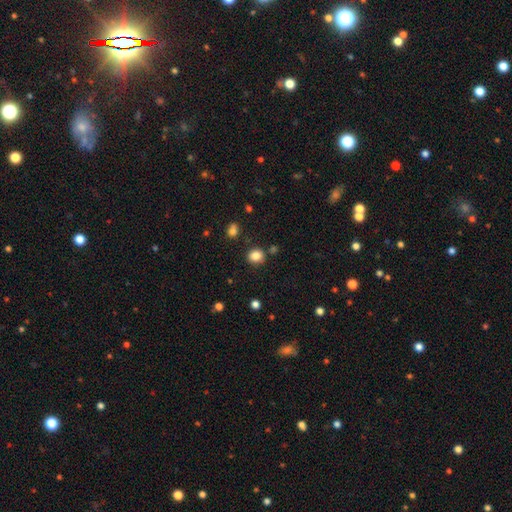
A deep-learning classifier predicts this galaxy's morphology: type=smooth (84%); roundness=round (77%); merging=none (83%).